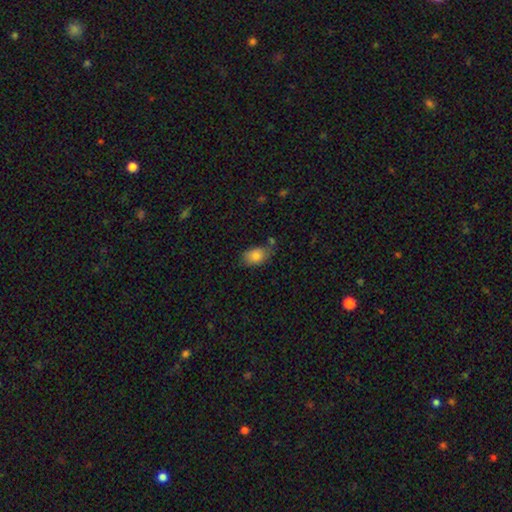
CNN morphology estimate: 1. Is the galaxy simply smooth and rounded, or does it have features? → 84% smooth, 8% star or artifact, 8% featured or disk.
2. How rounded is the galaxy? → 83% in between, 16% round, 1% cigar-shaped.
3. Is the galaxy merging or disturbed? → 60% none, 26% minor disturbance, 8% merger, 7% major disturbance.